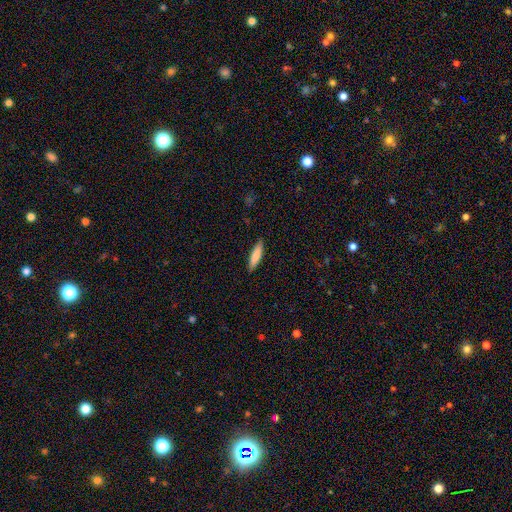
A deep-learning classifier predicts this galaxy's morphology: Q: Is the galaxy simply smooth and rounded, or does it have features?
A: smooth — 83%.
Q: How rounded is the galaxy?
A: cigar-shaped — 74%.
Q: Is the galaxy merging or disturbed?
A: none — 89%.